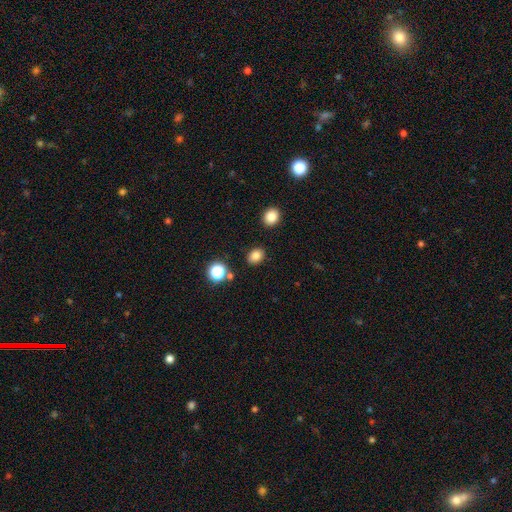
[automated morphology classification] Smooth or featured?
  - smooth: 81% *
  - star or artifact: 13%
  - featured or disk: 6%
How rounded?
  - in between: 55% *
  - round: 44%
  - cigar-shaped: 1%
Merging?
  - none: 86% *
  - minor disturbance: 8%
  - merger: 3%
  - major disturbance: 2%